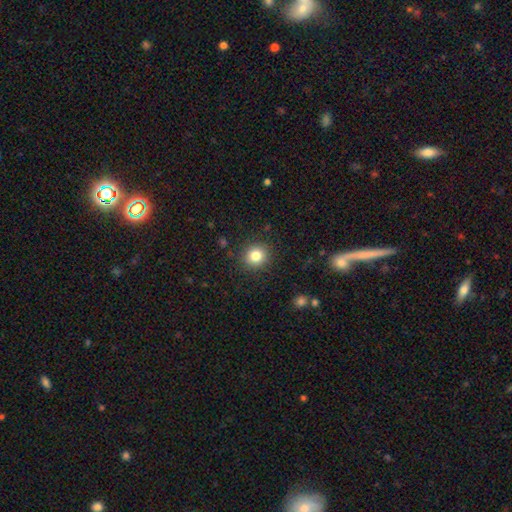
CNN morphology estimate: Smooth or featured? Predicted: smooth (p=0.82). How rounded? Predicted: round (p=0.88). Merging? Predicted: none (p=0.90).